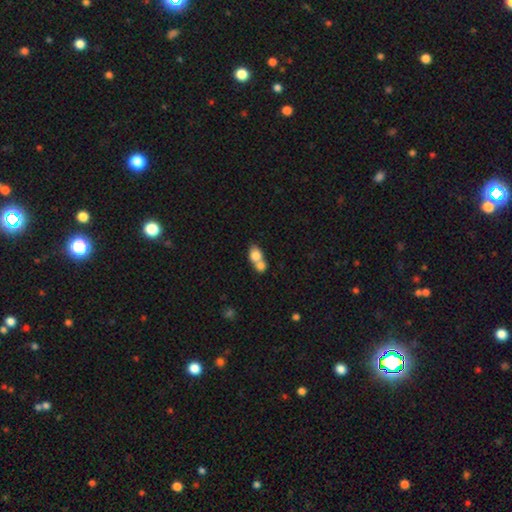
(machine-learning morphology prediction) A smooth galaxy with no disk features (78%) that is in between round and cigar-shaped (56%).

Vote fractions:
- Smooth or featured? smooth: 78% / featured or disk: 14% / star or artifact: 8%
- How rounded? in between: 56% / round: 42% / cigar-shaped: 2%
- Merging? merger: 70% / none: 21% / minor disturbance: 6% / major disturbance: 3%